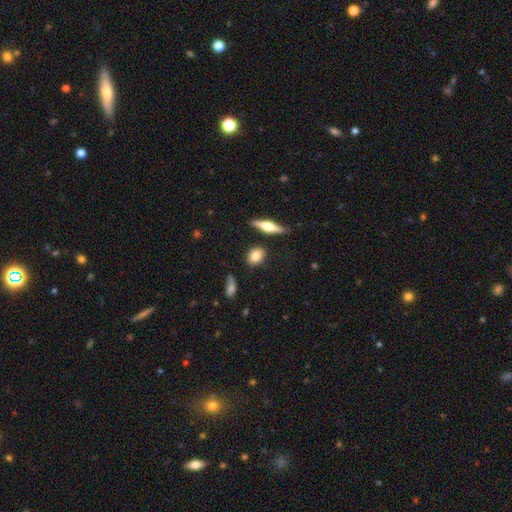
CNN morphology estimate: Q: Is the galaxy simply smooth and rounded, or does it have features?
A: smooth — 77%.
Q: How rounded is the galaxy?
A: round — 52%.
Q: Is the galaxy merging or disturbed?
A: none — 81%.